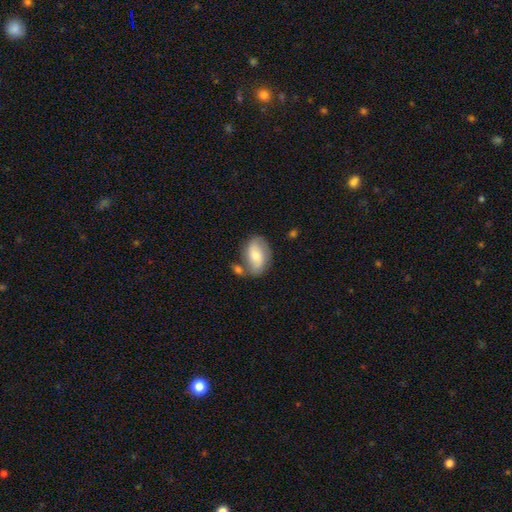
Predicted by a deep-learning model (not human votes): Overall: smooth (62%; featured or disk 32%). How rounded: in between (88%). Merging: none (60%).